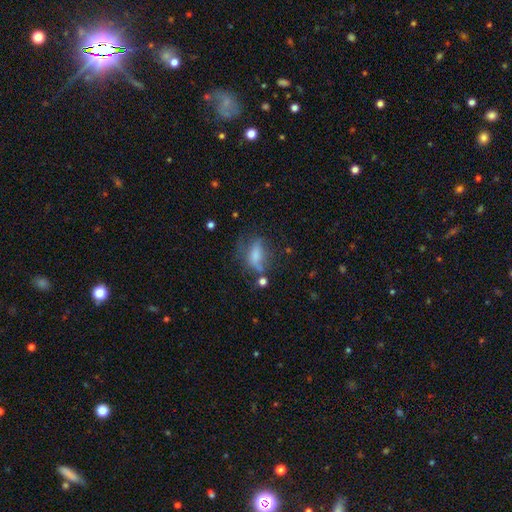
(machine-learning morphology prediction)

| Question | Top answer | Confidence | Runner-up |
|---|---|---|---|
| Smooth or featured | smooth | 55% | featured or disk (32%) |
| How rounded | in between | 75% | cigar-shaped (13%) |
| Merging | none | 35% | major disturbance (30%) |